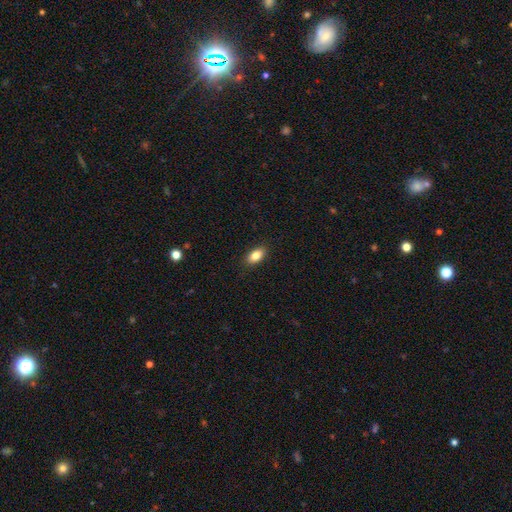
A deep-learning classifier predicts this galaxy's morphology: Smooth or featured? smooth (84%)
How rounded? in between (89%)
Merging? none (89%)